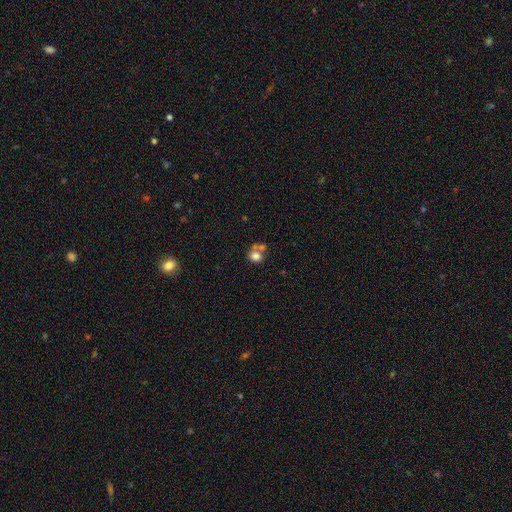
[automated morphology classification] Smooth or featured: smooth — 75% (featured or disk — 13%)
How rounded: round — 74% (in between — 25%)
Merging: none — 42% (tied with merger — 42%)